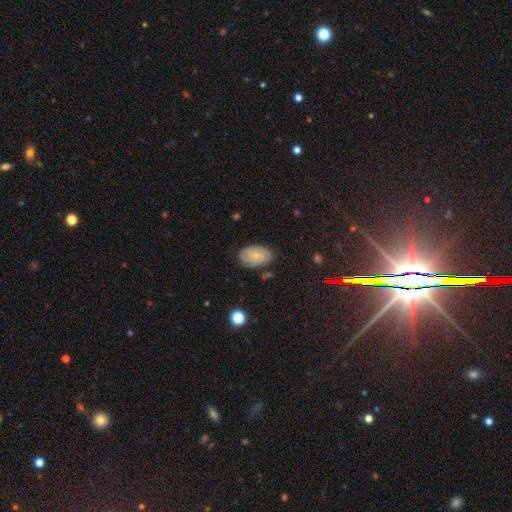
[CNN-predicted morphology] type=featured or disk (56%); edge-on=no (96%); bar=no (73%); spiral arms=yes (87%); bulge=small (72%); merging=none (79%).